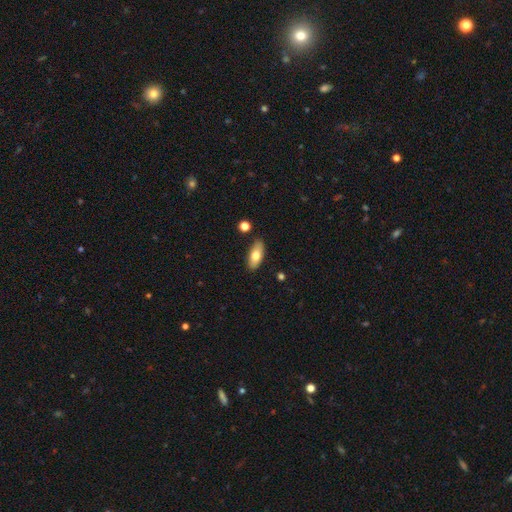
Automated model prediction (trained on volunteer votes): Smooth or featured? smooth (73%)
How rounded? in between (83%)
Merging? none (84%)